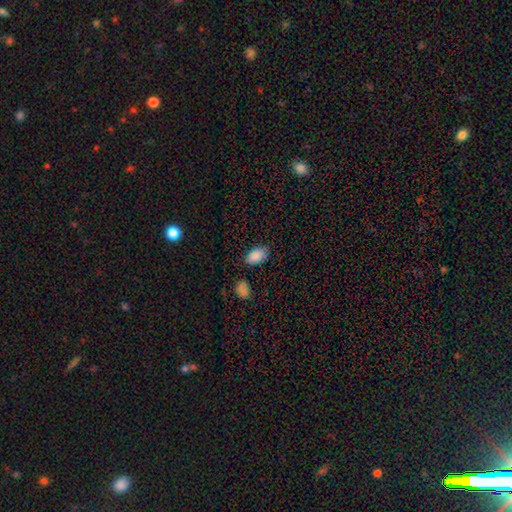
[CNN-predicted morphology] type=smooth (87%); roundness=in between (92%); merging=none (77%).